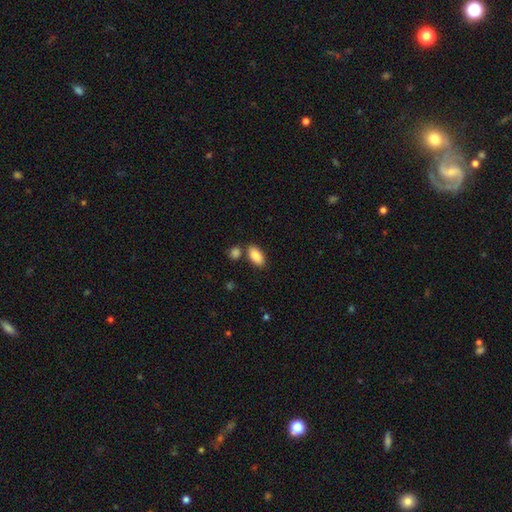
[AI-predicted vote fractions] The model was most divided on "merging": none: 73%, merger: 14%, minor disturbance: 11%, major disturbance: 3%. More confident: how rounded — in between (93%); smooth or featured — smooth (88%).